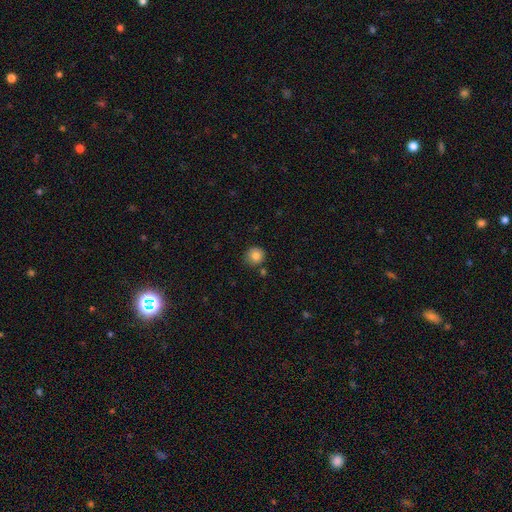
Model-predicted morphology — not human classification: The model was most divided on "merging": none: 80%, minor disturbance: 12%, merger: 5%, major disturbance: 3%. More confident: how rounded — round (93%); smooth or featured — smooth (83%).